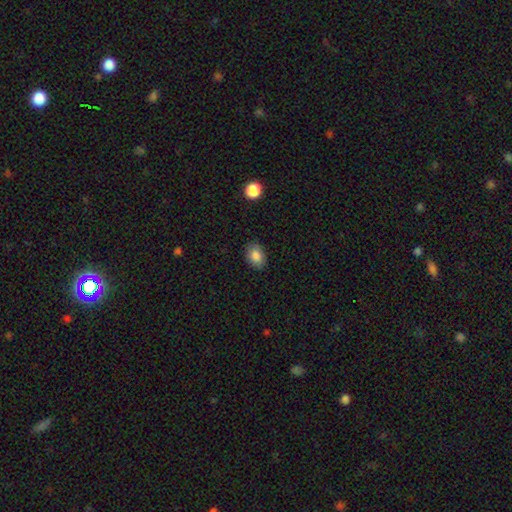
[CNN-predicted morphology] A smooth galaxy with no disk features (85%) that is in between round and cigar-shaped (75%).

Vote fractions:
- Smooth or featured? smooth: 85% / star or artifact: 8% / featured or disk: 7%
- How rounded? in between: 75% / round: 24% / cigar-shaped: 1%
- Merging? none: 84% / minor disturbance: 12% / major disturbance: 3% / merger: 1%